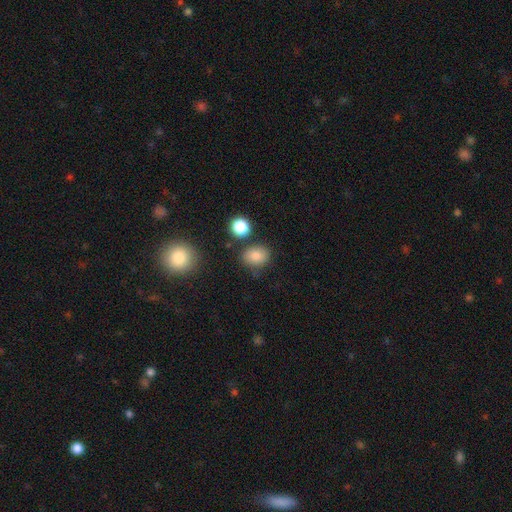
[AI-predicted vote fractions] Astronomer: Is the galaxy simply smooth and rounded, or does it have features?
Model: smooth — 82%.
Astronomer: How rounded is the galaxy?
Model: round — 50% (runner-up: in between, 49%).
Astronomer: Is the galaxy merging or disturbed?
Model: none — 73%.